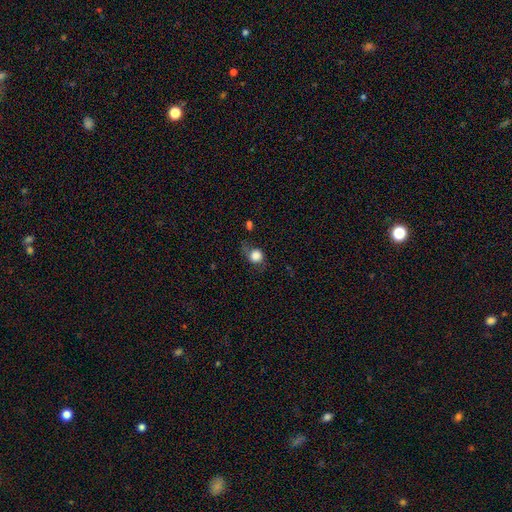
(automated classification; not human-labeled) Smooth or featured: smooth — 77% (featured or disk — 14%)
How rounded: round — 78% (in between — 21%)
Merging: none — 50% (minor disturbance — 27%)